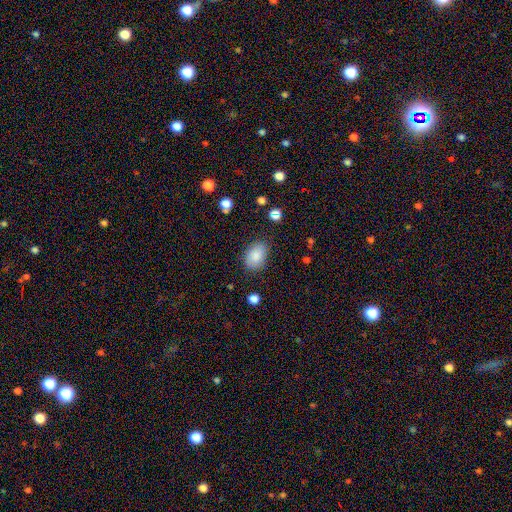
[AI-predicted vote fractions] Smooth or featured: smooth — 85% (star or artifact — 8%)
How rounded: in between — 83% (round — 16%)
Merging: none — 81% (minor disturbance — 14%)